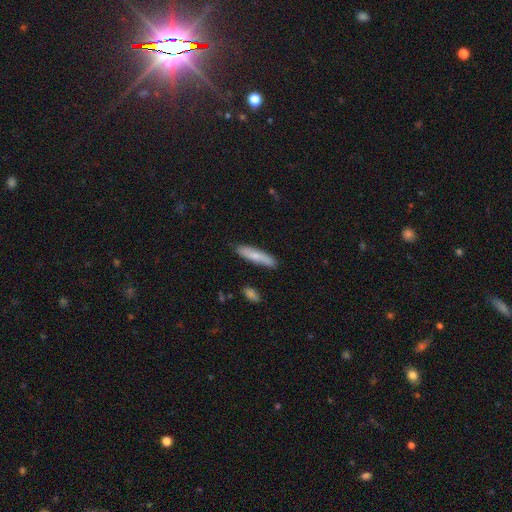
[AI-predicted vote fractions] Smooth or featured: smooth — 69% (featured or disk — 25%)
How rounded: cigar-shaped — 83% (in between — 16%)
Merging: none — 85% (minor disturbance — 11%)